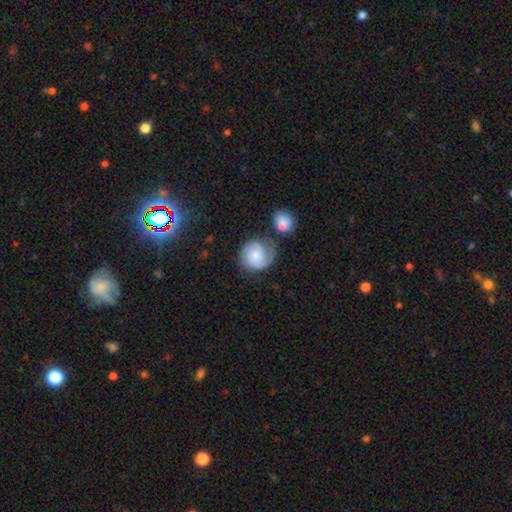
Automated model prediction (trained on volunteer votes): Smooth or featured? Predicted: featured or disk (p=0.48). Merging? Predicted: none (p=0.54).